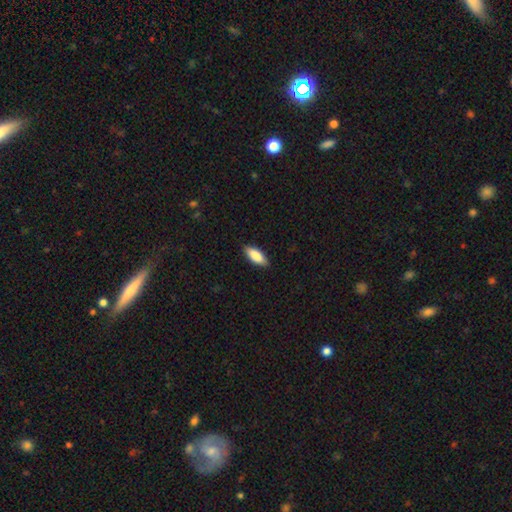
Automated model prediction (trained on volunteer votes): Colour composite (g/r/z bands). It shows a smooth galaxy with no disk features (86%) that is in between round and cigar-shaped (77%). Merging: none (87%).